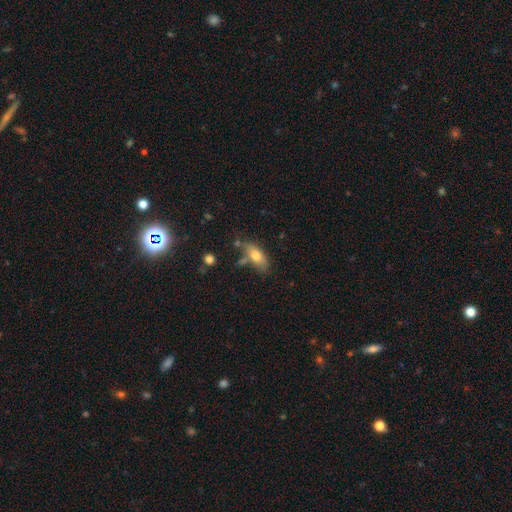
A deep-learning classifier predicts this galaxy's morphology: A smooth galaxy with no disk features (71%) that is in between round and cigar-shaped (78%).

Vote fractions:
- Smooth or featured? smooth: 71% / featured or disk: 21% / star or artifact: 8%
- How rounded? in between: 78% / cigar-shaped: 19% / round: 3%
- Merging? none: 61% / minor disturbance: 21% / merger: 12% / major disturbance: 6%